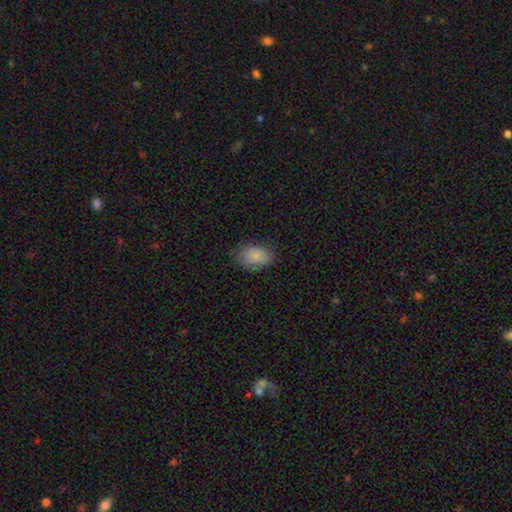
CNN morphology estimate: A smooth galaxy with no disk features (86%) that is in between round and cigar-shaped (86%).

Vote fractions:
- Smooth or featured? smooth: 86% / star or artifact: 7% / featured or disk: 7%
- How rounded? in between: 86% / round: 13% / cigar-shaped: 1%
- Merging? none: 76% / minor disturbance: 19% / major disturbance: 5% / merger: 1%